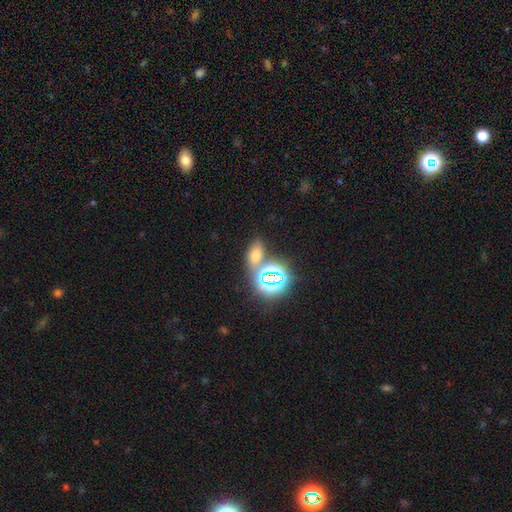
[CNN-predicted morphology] smooth 54%, star or artifact 35%, featured or disk 11%. Down the decision tree: how rounded — in between (78%); merging — none (63%).